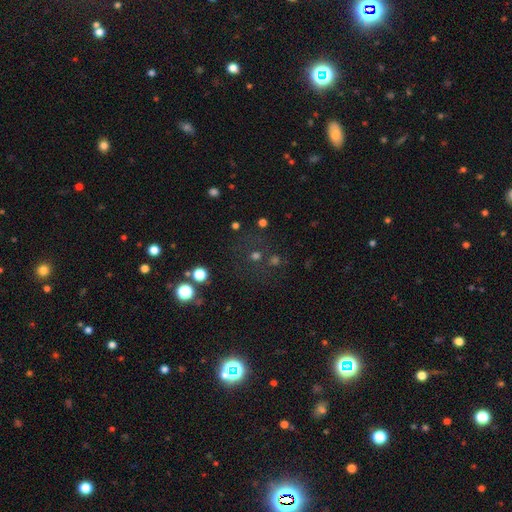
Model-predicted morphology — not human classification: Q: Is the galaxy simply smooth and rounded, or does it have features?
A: star or artifact — 61%.